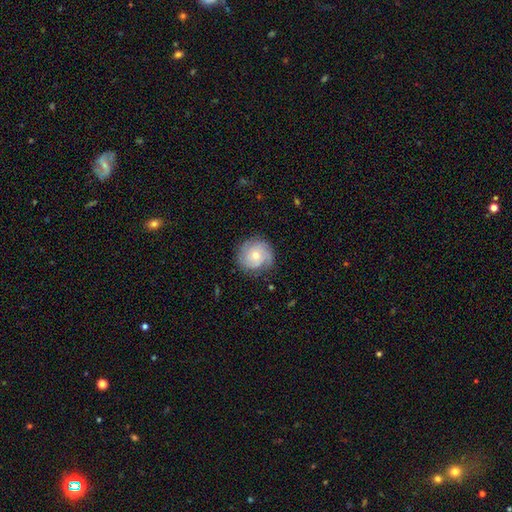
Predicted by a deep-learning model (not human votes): Morphology: type=featured or disk (67%); edge-on=no (98%); bar=no (78%); spiral arms=yes (92%); winding=tight (64%); arm count=can't tell (30%); bulge=small (49%); merging=none (79%).